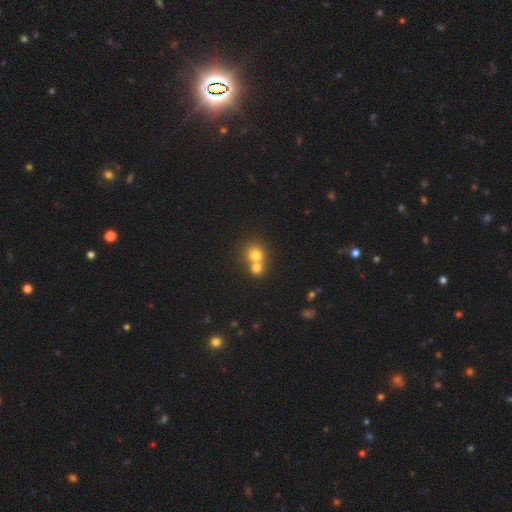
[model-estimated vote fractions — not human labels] Smooth or featured?
  - smooth: 75% *
  - star or artifact: 13%
  - featured or disk: 12%
How rounded?
  - round: 82% *
  - in between: 17%
  - cigar-shaped: 1%
Merging?
  - merger: 60% *
  - none: 33%
  - minor disturbance: 5%
  - major disturbance: 2%